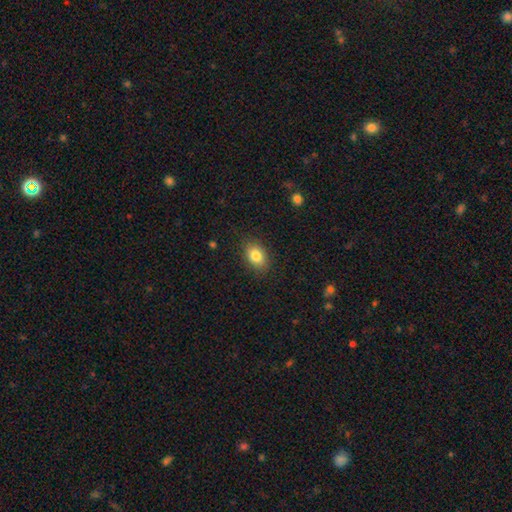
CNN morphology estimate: smooth_or_featured: smooth (p=0.83) [alt: star or artifact p=0.08]
how_rounded: in between (p=0.80) [alt: round p=0.19]
merging: none (p=0.86) [alt: minor disturbance p=0.10]